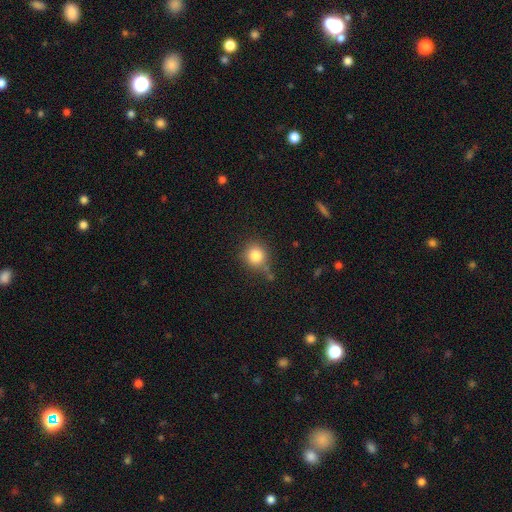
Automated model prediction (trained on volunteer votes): Smooth or featured? Predicted: smooth (p=0.83). How rounded? Predicted: round (p=0.88). Merging? Predicted: none (p=0.72).